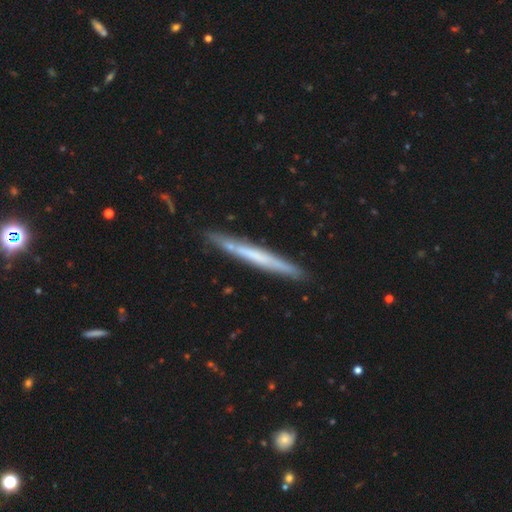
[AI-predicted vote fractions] A featured or disk galaxy (53%) viewed edge-on (94%).

Vote fractions:
- Smooth or featured? featured or disk: 53% / smooth: 40% / star or artifact: 7%
- Edge-on disk? yes: 94% / no: 6%
- Merging? none: 86% / minor disturbance: 10% / major disturbance: 2% / merger: 2%